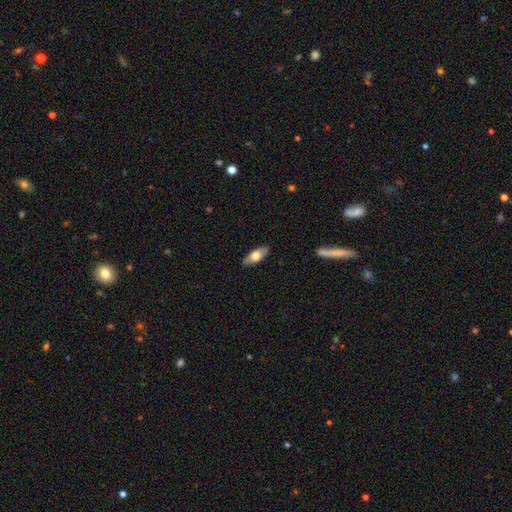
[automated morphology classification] Smooth or featured? smooth (60%)
How rounded? in between (77%)
Merging? none (87%)